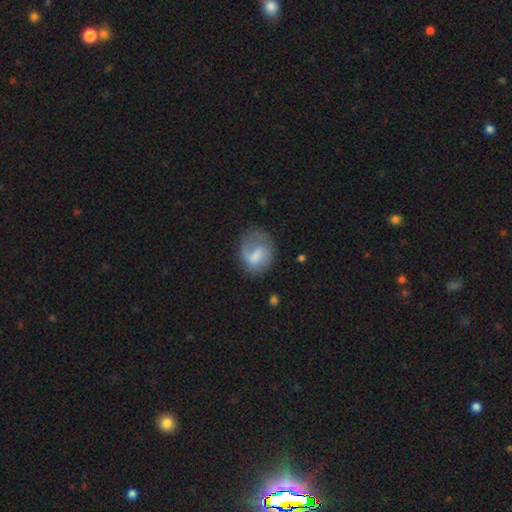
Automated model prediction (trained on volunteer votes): This appears to be a smooth galaxy with no disk features (53%) that is in between round and cigar-shaped (58%). Merging: none (42%).